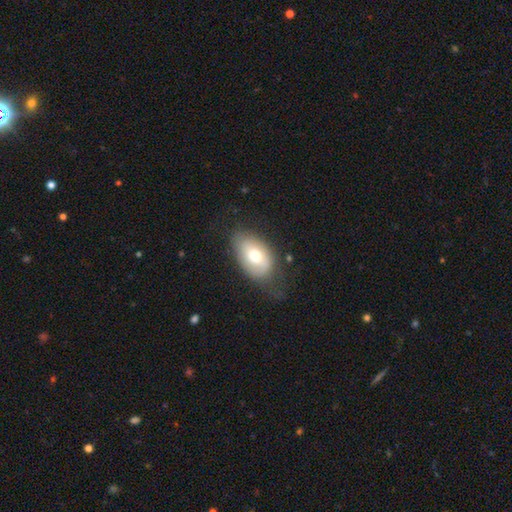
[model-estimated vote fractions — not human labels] A smooth galaxy with no disk features (65%) that is in between round and cigar-shaped (91%). Merging: none (61%).